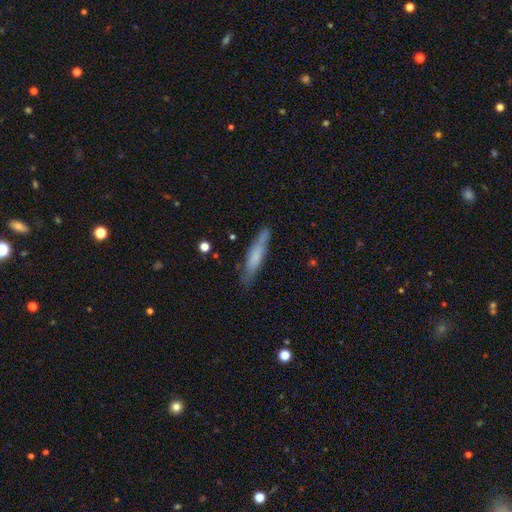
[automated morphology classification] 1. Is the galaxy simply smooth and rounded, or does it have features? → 62% smooth, 32% featured or disk, 6% star or artifact.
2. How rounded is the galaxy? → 87% cigar-shaped, 11% in between, 1% round.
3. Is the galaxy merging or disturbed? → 77% none, 17% minor disturbance, 3% major disturbance, 2% merger.